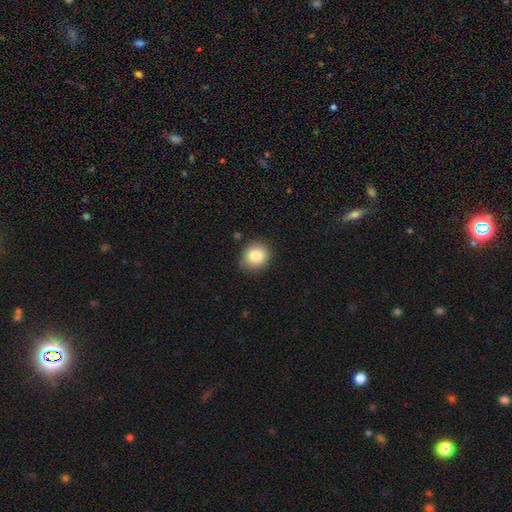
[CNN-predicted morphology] A smooth galaxy with no disk features (83%) that is round (75%). Merging: none (86%).